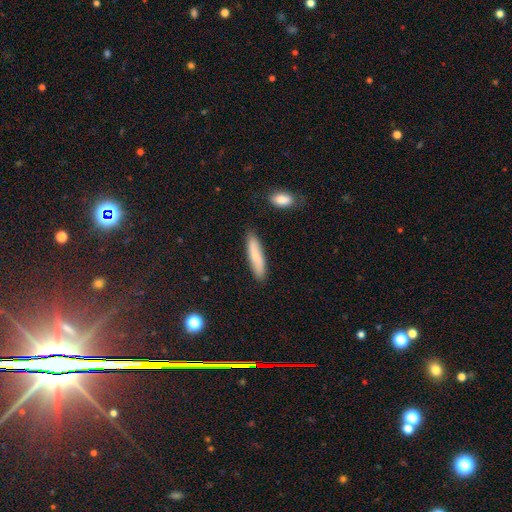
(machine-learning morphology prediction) The model was most divided on "smooth or featured": smooth: 75%, featured or disk: 19%, star or artifact: 6%. More confident: merging — none (86%); how rounded — cigar-shaped (80%).